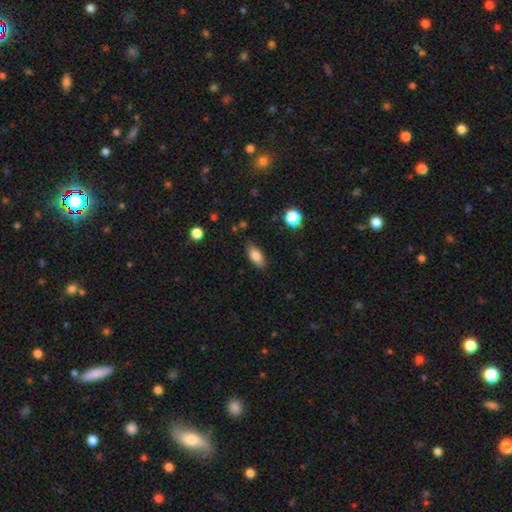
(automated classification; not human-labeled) Smooth or featured?
  - smooth: 82% *
  - featured or disk: 10%
  - star or artifact: 8%
How rounded?
  - in between: 84% *
  - cigar-shaped: 12%
  - round: 4%
Merging?
  - none: 83% *
  - minor disturbance: 13%
  - major disturbance: 3%
  - merger: 2%